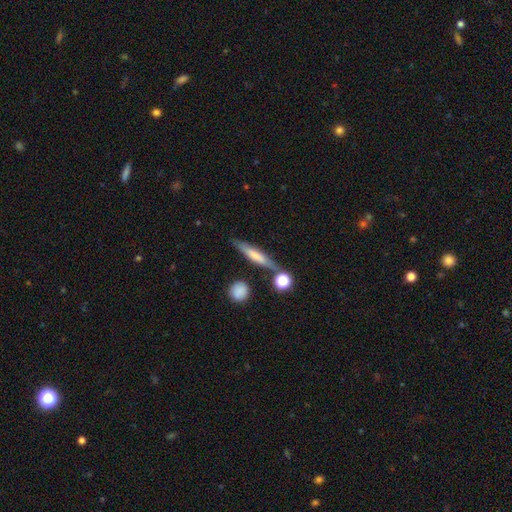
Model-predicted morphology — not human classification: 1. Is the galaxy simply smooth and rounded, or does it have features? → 58% smooth, 35% featured or disk, 8% star or artifact.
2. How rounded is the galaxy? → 84% cigar-shaped, 13% in between, 3% round.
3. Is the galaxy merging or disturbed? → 70% none, 15% minor disturbance, 10% merger, 5% major disturbance.